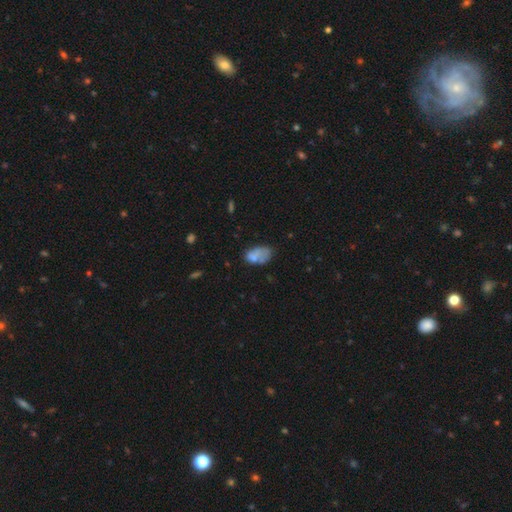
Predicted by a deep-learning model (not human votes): Q: Smooth or featured?
A: smooth (67%); runner-up: featured or disk (23%)
Q: How rounded?
A: in between (89%); runner-up: round (9%)
Q: Merging?
A: none (38%); runner-up: minor disturbance (26%)